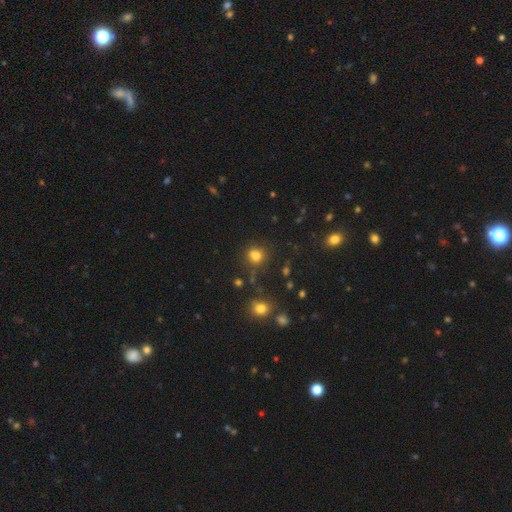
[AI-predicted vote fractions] smooth-or-featured: smooth: 76% | star or artifact: 17% | featured or disk: 7%
  how-rounded: round: 72% | in between: 27% | cigar-shaped: 1%
  merging: none: 67% | minor disturbance: 15% | merger: 11% | major disturbance: 6%